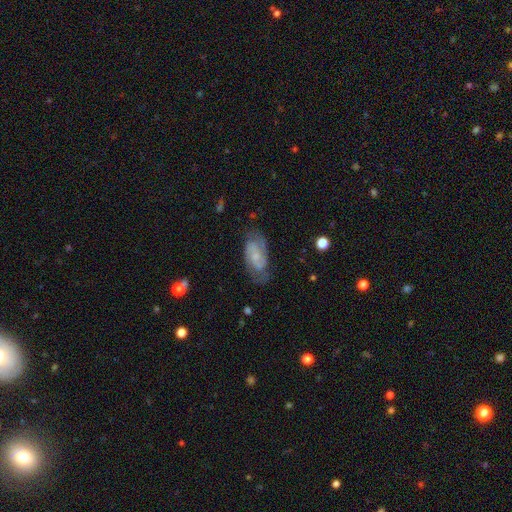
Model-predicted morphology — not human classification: Smooth or featured?
  - featured or disk: 71% *
  - smooth: 22%
  - star or artifact: 7%
Edge-on disk?
  - no: 95% *
  - yes: 5%
Bar?
  - no: 52% *
  - weak: 39%
  - strong: 9%
Spiral arms?
  - yes: 90% *
  - no: 10%
Spiral winding?
  - medium: 46% *
  - tight: 38%
  - loose: 16%
Spiral arm count?
  - 2: 75% *
  - can't tell: 16%
  - 3: 4%
  - 1: 2%
  - 4: 1%
  - more than 4: 1%
Bulge size?
  - small: 64% *
  - moderate: 20%
  - none: 13%
  - large: 2%
  - dominant: 1%
Merging?
  - none: 69% *
  - minor disturbance: 21%
  - major disturbance: 9%
  - merger: 2%